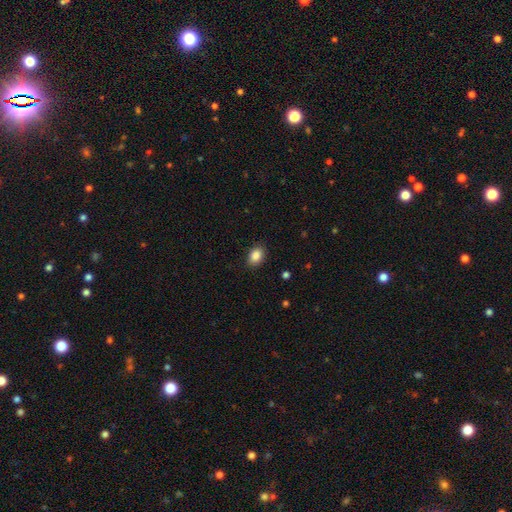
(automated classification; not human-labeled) A smooth galaxy with no disk features (88%) that is in between round and cigar-shaped (73%). Merging: none (88%).